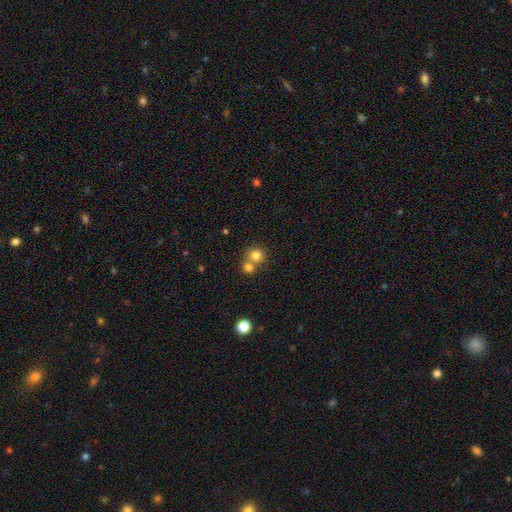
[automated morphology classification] smooth-or-featured: smooth: 78% | star or artifact: 12% | featured or disk: 9%
  how-rounded: round: 89% | in between: 10% | cigar-shaped: 1%
  merging: none: 48% | merger: 44% | minor disturbance: 6% | major disturbance: 2%